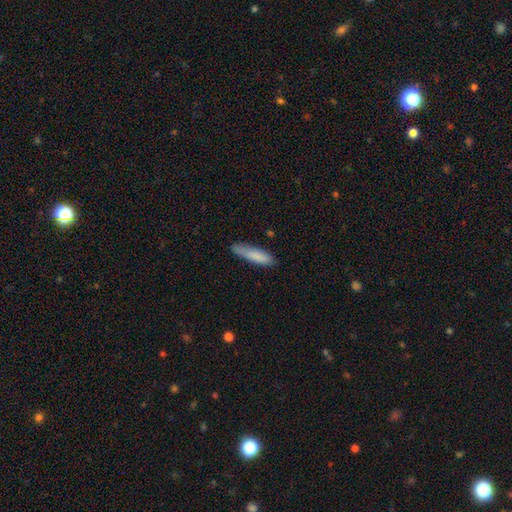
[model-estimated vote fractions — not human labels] The model was most divided on "merging": none: 74%, minor disturbance: 21%, major disturbance: 4%, merger: 2%. More confident: smooth or featured — smooth (83%); how rounded — cigar-shaped (80%).